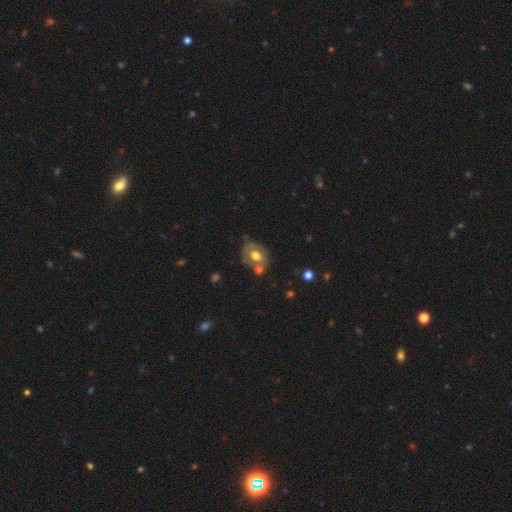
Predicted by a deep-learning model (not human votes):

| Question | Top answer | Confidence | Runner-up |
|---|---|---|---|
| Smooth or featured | smooth | 59% | featured or disk (32%) |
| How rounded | in between | 54% | round (45%) |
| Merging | none | 45% | merger (27%) |